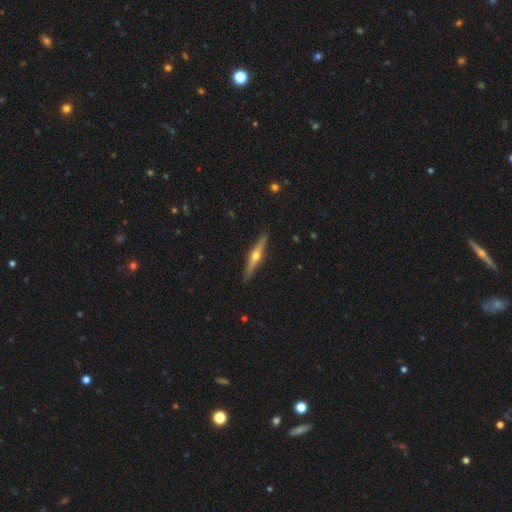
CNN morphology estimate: A featured or disk galaxy (75%) viewed edge-on (98%) with a rounded central bulge (95%). Merging: none (91%).